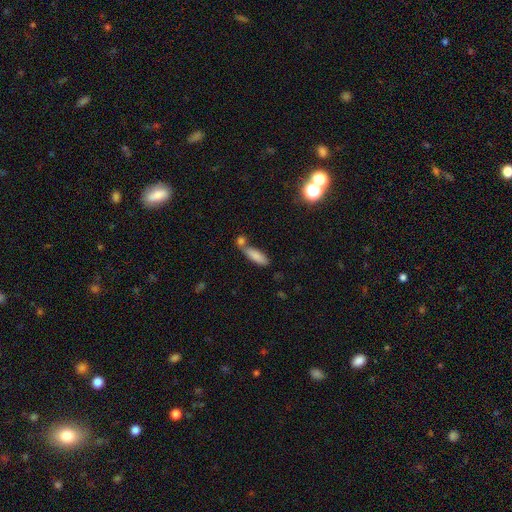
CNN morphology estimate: Smooth or featured? smooth (82%)
How rounded? in between (53%)
Merging? none (43%)